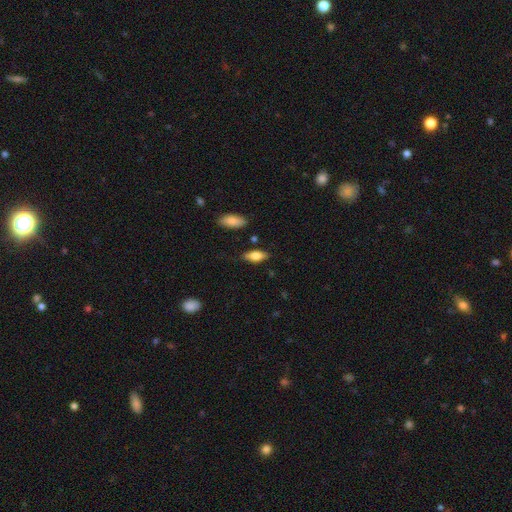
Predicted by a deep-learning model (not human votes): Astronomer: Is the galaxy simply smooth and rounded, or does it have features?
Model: smooth — 72%.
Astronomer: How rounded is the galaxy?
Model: in between — 78%.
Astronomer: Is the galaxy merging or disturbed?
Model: none — 81%.